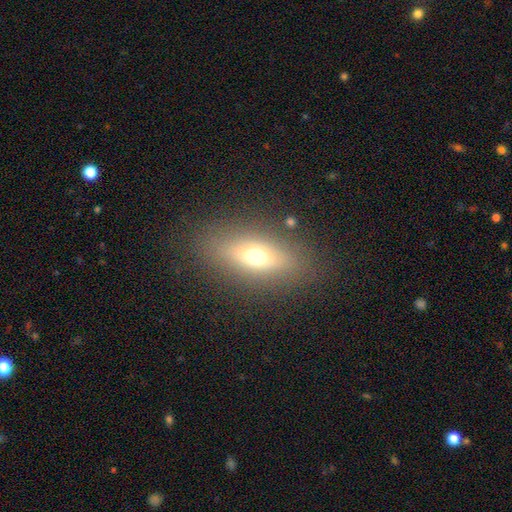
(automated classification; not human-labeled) Smooth or featured? Predicted: smooth (p=0.59). How rounded? Predicted: in between (p=0.70). Merging? Predicted: none (p=0.83).